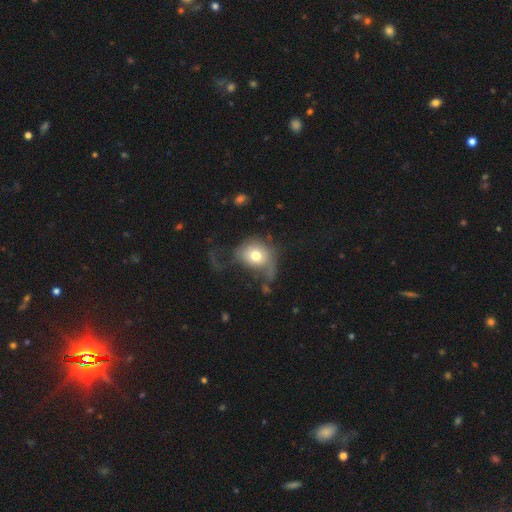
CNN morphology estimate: Smooth or featured?
  - smooth: 66% *
  - featured or disk: 24%
  - star or artifact: 10%
How rounded?
  - round: 65% *
  - in between: 33%
  - cigar-shaped: 1%
Merging?
  - major disturbance: 46% *
  - none: 27%
  - minor disturbance: 23%
  - merger: 5%